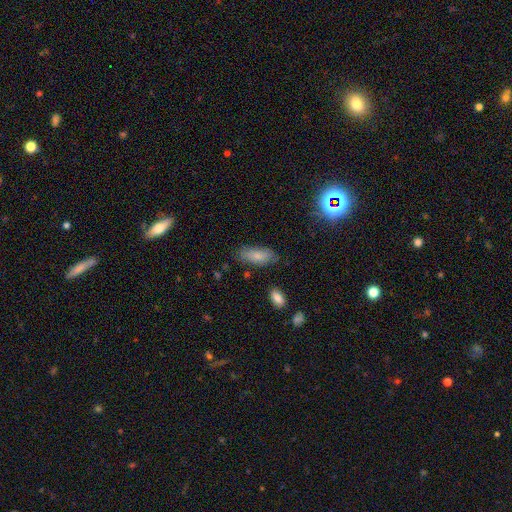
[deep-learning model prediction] Smooth or featured: smooth — 70% (featured or disk — 16%)
How rounded: in between — 79% (cigar-shaped — 18%)
Merging: none — 78% (minor disturbance — 16%)